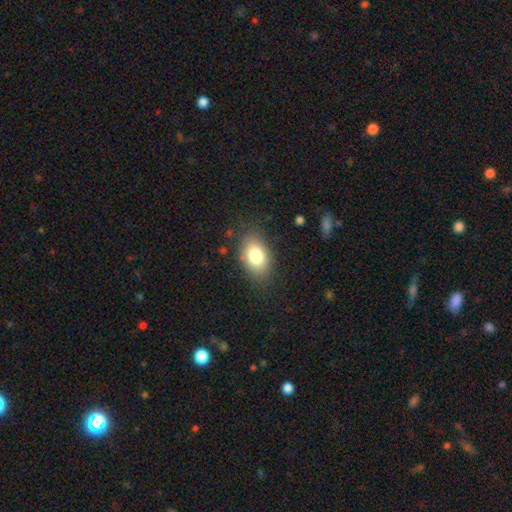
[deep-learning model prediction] smooth-or-featured: smooth: 80% | featured or disk: 12% | star or artifact: 9%
  how-rounded: in between: 88% | round: 11% | cigar-shaped: 2%
  merging: none: 82% | minor disturbance: 13% | major disturbance: 4% | merger: 1%